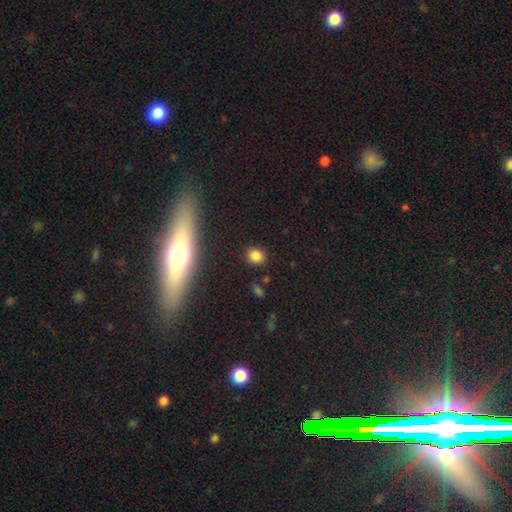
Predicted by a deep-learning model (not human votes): Smooth or featured? Predicted: smooth (p=0.82). How rounded? Predicted: round (p=0.71). Merging? Predicted: none (p=0.87).